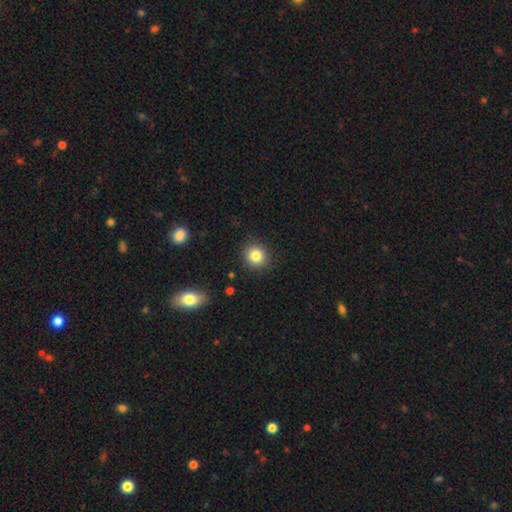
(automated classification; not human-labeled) A smooth galaxy with no disk features (83%) that is round (88%).

Vote fractions:
- Smooth or featured? smooth: 83% / star or artifact: 11% / featured or disk: 6%
- How rounded? round: 88% / in between: 11% / cigar-shaped: 1%
- Merging? none: 90% / minor disturbance: 7% / major disturbance: 2% / merger: 1%